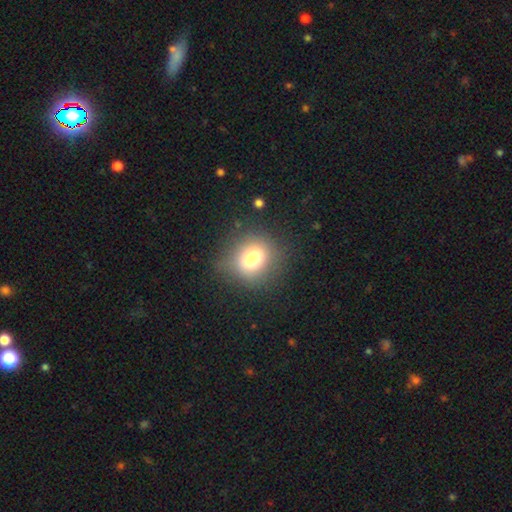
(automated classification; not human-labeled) smooth-or-featured: smooth: 73% | star or artifact: 14% | featured or disk: 13%
  how-rounded: round: 60% | in between: 39% | cigar-shaped: 2%
  merging: none: 77% | minor disturbance: 14% | major disturbance: 7% | merger: 2%